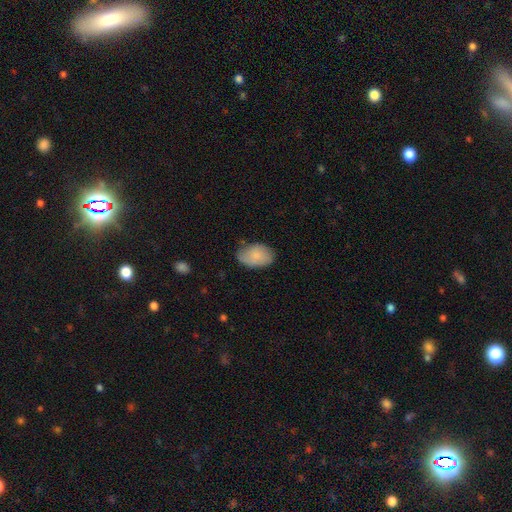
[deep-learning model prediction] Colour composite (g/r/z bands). It shows a smooth galaxy with no disk features (81%) that is in between round and cigar-shaped (89%). Merging: none (65%).